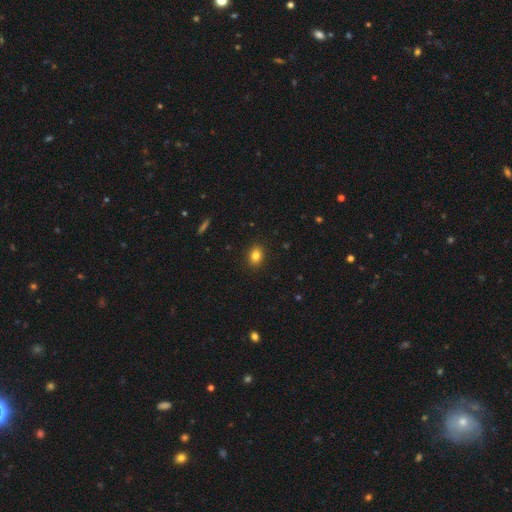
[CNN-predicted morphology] A smooth galaxy with no disk features (82%) that is in between round and cigar-shaped (65%). Merging: none (90%).